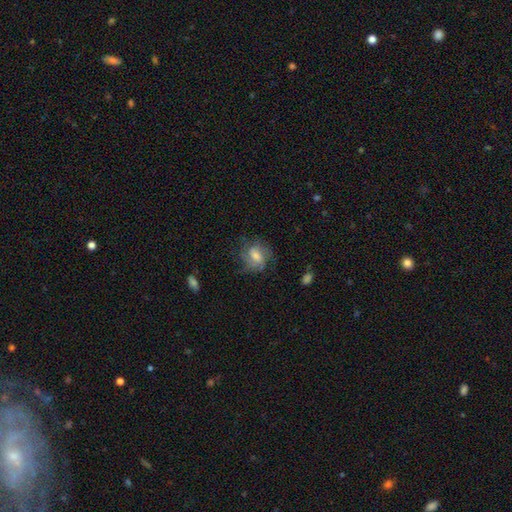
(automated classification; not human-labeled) The model was most divided on "smooth or featured": featured or disk: 49%, smooth: 43%, star or artifact: 9%. More confident: merging — none (58%).